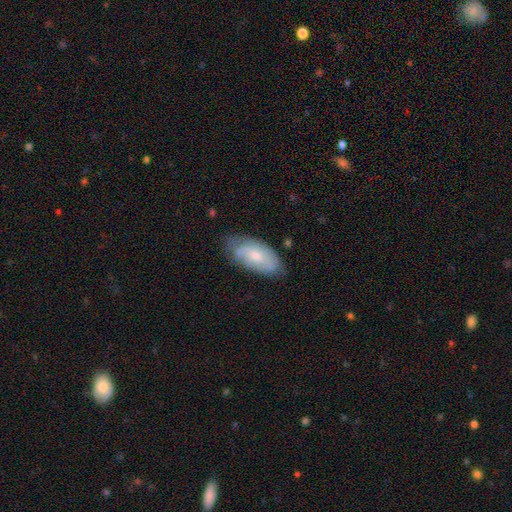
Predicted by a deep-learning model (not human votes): Smooth or featured? Predicted: featured or disk (p=0.47). Merging? Predicted: none (p=0.64).